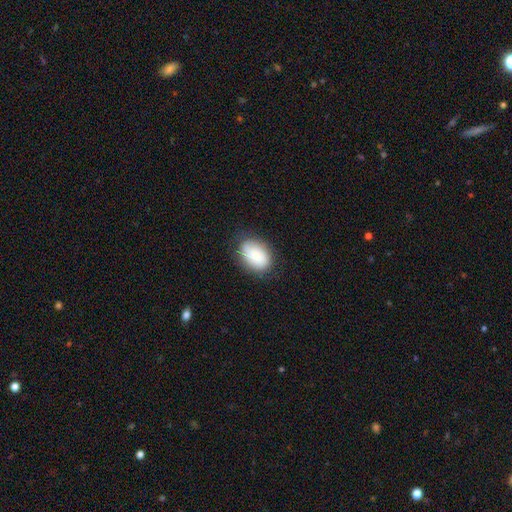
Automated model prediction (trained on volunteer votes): A smooth galaxy with no disk features (82%) that is in between round and cigar-shaped (84%).

Vote fractions:
- Smooth or featured? smooth: 82% / featured or disk: 11% / star or artifact: 7%
- How rounded? in between: 84% / round: 15% / cigar-shaped: 1%
- Merging? none: 76% / minor disturbance: 18% / major disturbance: 5% / merger: 1%